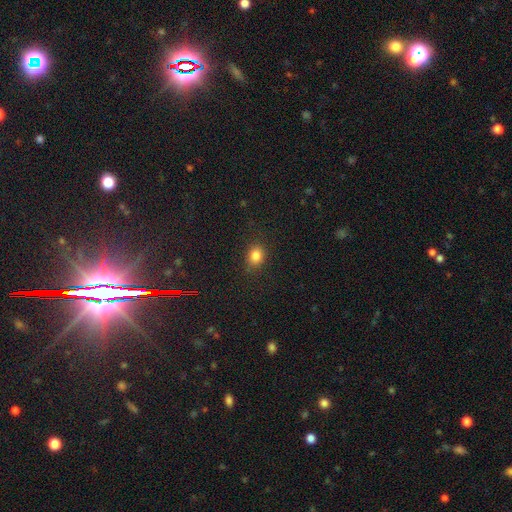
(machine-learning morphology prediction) This appears to be a smooth galaxy with no disk features (82%) that is round (57%). Merging: none (85%).